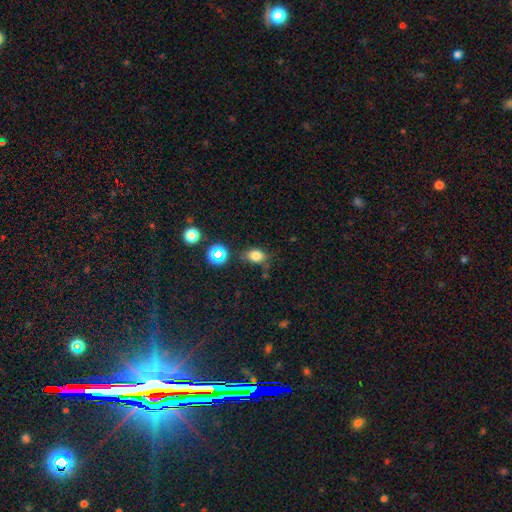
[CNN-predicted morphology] Smooth or featured? Predicted: smooth (p=0.77). How rounded? Predicted: in between (p=0.65). Merging? Predicted: none (p=0.68).